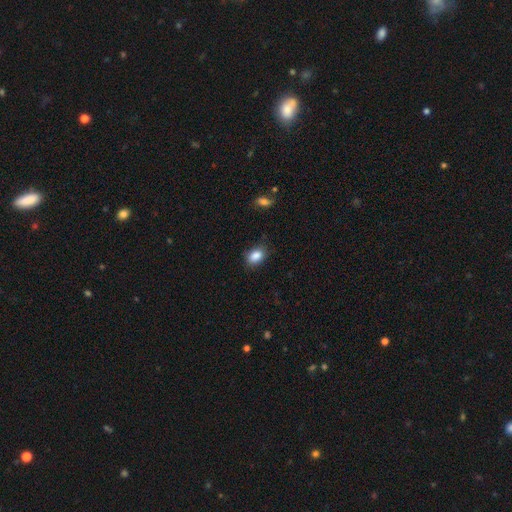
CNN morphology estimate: smooth_or_featured: smooth (p=0.87) [alt: star or artifact p=0.08]
how_rounded: in between (p=0.84) [alt: round p=0.15]
merging: none (p=0.79) [alt: minor disturbance p=0.16]